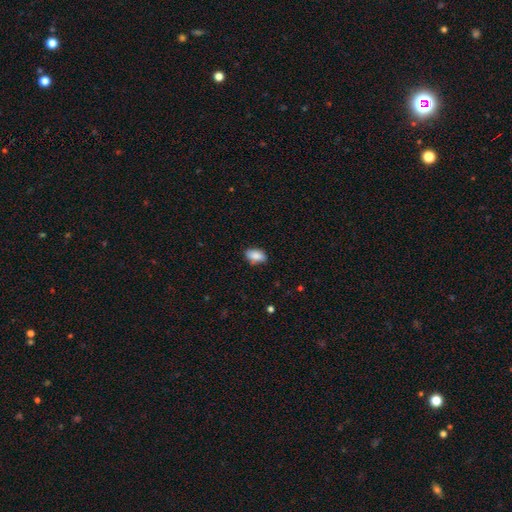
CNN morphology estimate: Smooth or featured?
  - smooth: 88% *
  - star or artifact: 7%
  - featured or disk: 5%
How rounded?
  - in between: 92% *
  - round: 5%
  - cigar-shaped: 3%
Merging?
  - none: 80% *
  - minor disturbance: 16%
  - major disturbance: 3%
  - merger: 1%